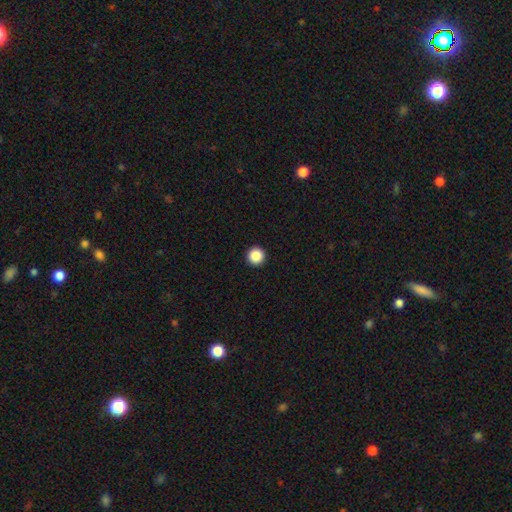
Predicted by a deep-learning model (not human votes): Morphology: type=smooth (88%); roundness=round (97%); merging=none (94%).